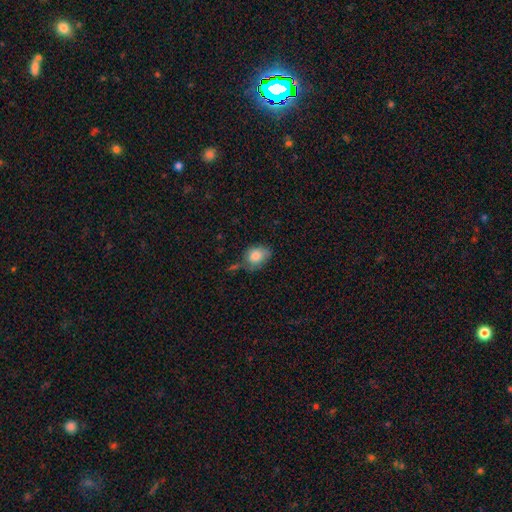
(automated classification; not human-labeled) A smooth galaxy with no disk features (82%) that is in between round and cigar-shaped (62%).

Vote fractions:
- Smooth or featured? smooth: 82% / featured or disk: 10% / star or artifact: 8%
- How rounded? in between: 62% / round: 36% / cigar-shaped: 1%
- Merging? none: 51% / minor disturbance: 30% / major disturbance: 10% / merger: 9%